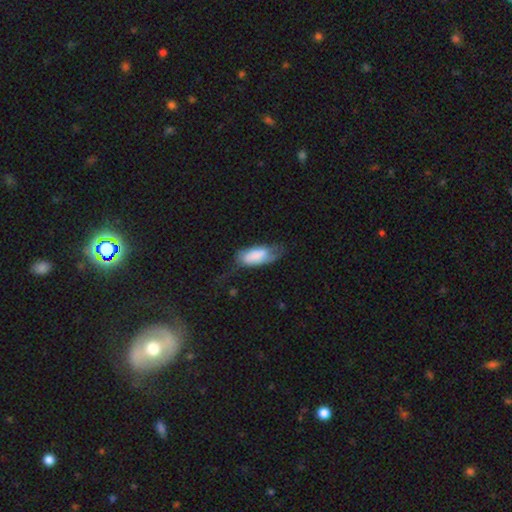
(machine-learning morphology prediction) smooth 72%, featured or disk 22%, star or artifact 7%. Down the decision tree: how rounded — in between (89%); merging — major disturbance (36%).